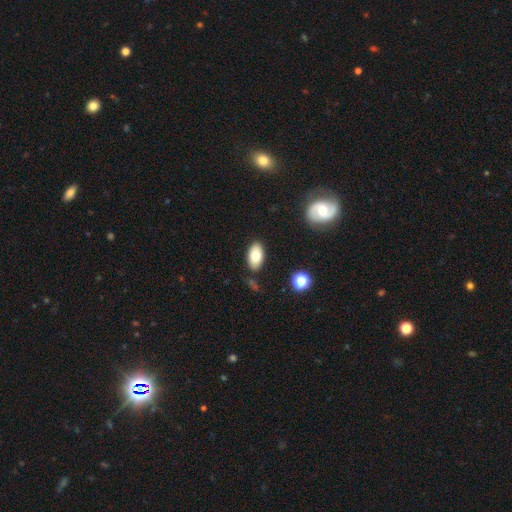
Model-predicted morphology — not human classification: smooth_or_featured: smooth (p=0.78) [alt: featured or disk p=0.14]
how_rounded: in between (p=0.94) [alt: round p=0.05]
merging: none (p=0.84) [alt: minor disturbance p=0.11]